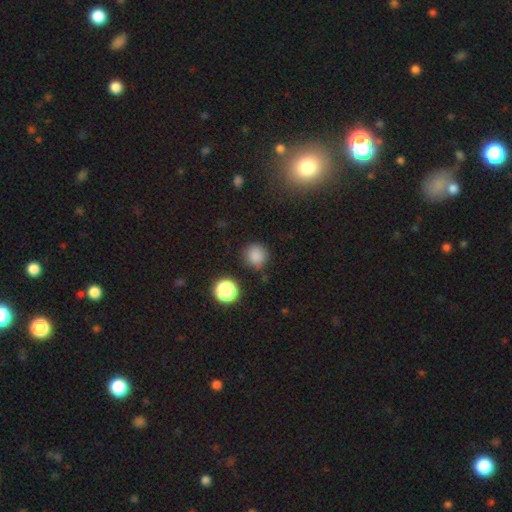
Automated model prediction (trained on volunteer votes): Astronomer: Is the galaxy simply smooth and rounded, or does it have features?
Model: smooth — 83%.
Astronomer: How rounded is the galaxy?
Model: round — 92%.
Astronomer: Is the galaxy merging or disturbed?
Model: none — 83%.